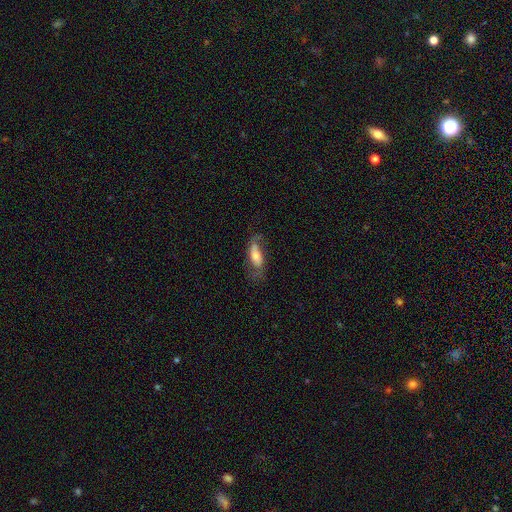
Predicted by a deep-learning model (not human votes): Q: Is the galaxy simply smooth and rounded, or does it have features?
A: featured or disk — 48%.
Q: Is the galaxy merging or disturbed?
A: none — 57%.